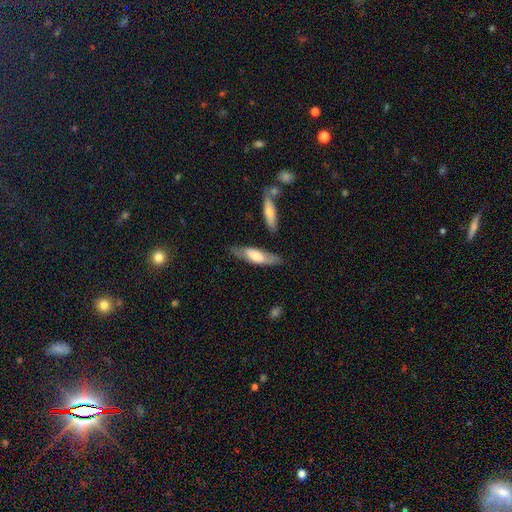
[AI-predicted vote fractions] smooth-or-featured: smooth: 51% | featured or disk: 44% | star or artifact: 5%
  how-rounded: cigar-shaped: 54% | in between: 44% | round: 2%
  merging: none: 74% | minor disturbance: 16% | merger: 5% | major disturbance: 5%